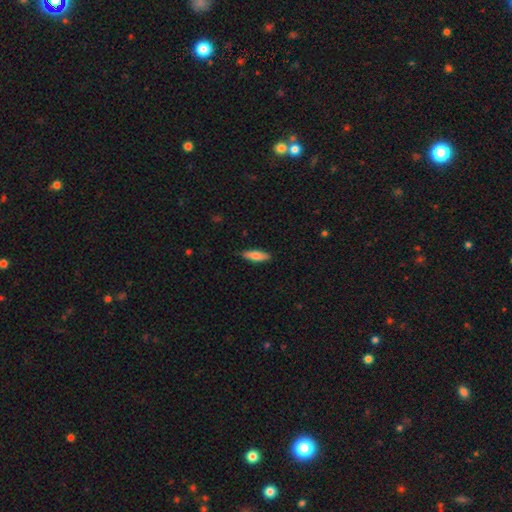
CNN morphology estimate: The model was most divided on "how rounded": cigar-shaped: 52%, in between: 46%, round: 2%. More confident: merging — none (87%); smooth or featured — smooth (75%).